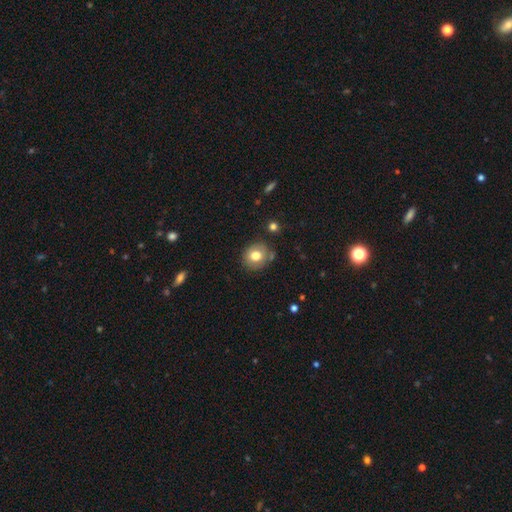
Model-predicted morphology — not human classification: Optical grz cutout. It shows a smooth galaxy with no disk features (75%) that is round (80%). Merging: none (78%).